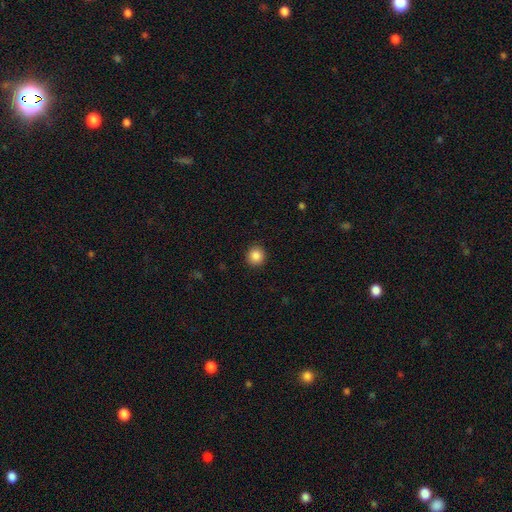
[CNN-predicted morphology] Smooth or featured? Predicted: smooth (p=0.87). How rounded? Predicted: round (p=0.94). Merging? Predicted: none (p=0.92).